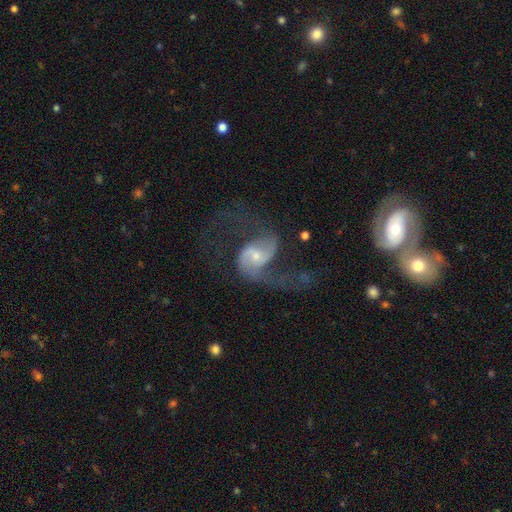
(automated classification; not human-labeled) Smooth or featured? Predicted: featured or disk (p=0.85). Edge-on disk? Predicted: no (p=0.97). Bar? Predicted: weak (p=0.44). Spiral arms? Predicted: yes (p=0.95). Spiral winding? Predicted: loose (p=0.67). Spiral arm count? Predicted: 2 (p=0.90). Bulge size? Predicted: small (p=0.55). Merging? Predicted: none (p=0.47).